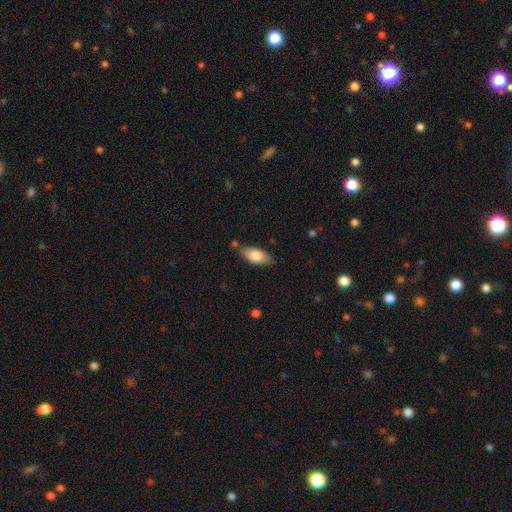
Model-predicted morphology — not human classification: A smooth galaxy with no disk features (77%) that is in between round and cigar-shaped (86%). Merging: none (79%).